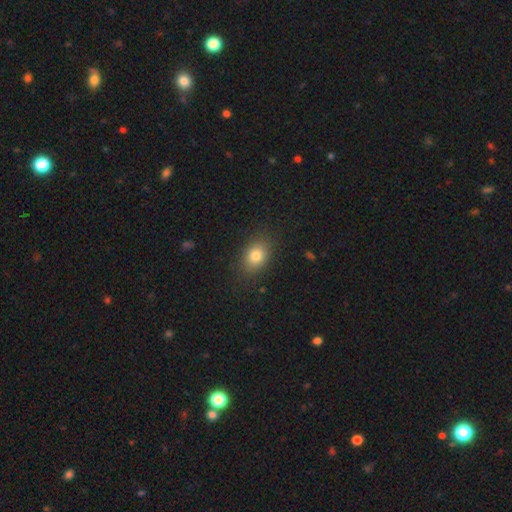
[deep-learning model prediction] smooth-or-featured: smooth: 81% | star or artifact: 10% | featured or disk: 8%
  how-rounded: in between: 72% | round: 27% | cigar-shaped: 1%
  merging: none: 85% | minor disturbance: 10% | major disturbance: 3% | merger: 1%